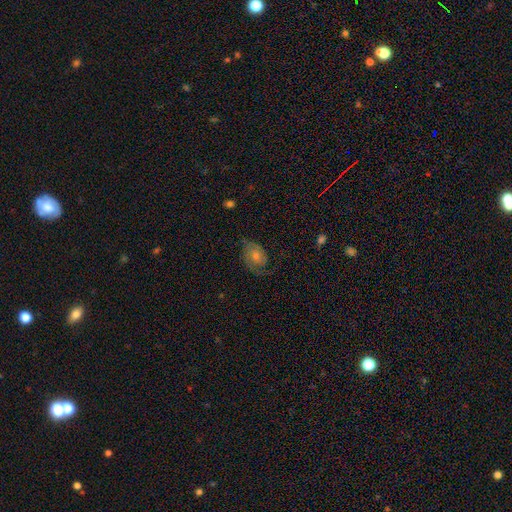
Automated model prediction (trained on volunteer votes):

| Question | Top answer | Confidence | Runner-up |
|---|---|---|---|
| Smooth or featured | featured or disk | 71% | smooth (18%) |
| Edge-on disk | no | 97% | yes (3%) |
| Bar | no | 70% | weak (26%) |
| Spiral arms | yes | 92% | no (8%) |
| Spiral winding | medium | 43% | tight (38%) |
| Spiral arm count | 2 | 71% | can't tell (13%) |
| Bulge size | moderate | 49% | small (42%) |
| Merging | none | 69% | minor disturbance (19%) |